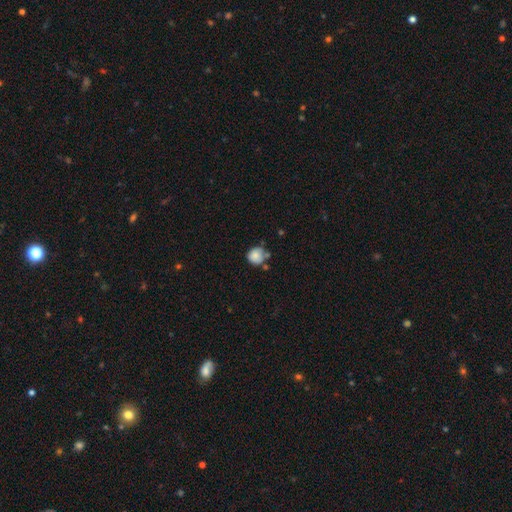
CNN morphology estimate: This appears to be a smooth galaxy with no disk features (83%) that is round (89%). Merging: none (58%).